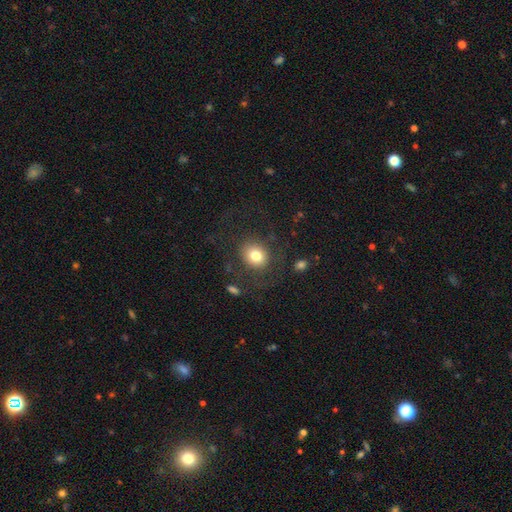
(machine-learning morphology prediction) type=smooth (78%); roundness=round (71%); merging=none (76%).